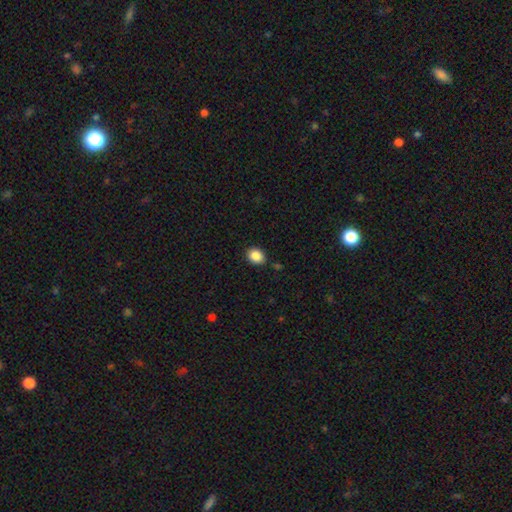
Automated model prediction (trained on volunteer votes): Overall: smooth (87%). How rounded: in between (51%; round 48%). Merging: none (84%).